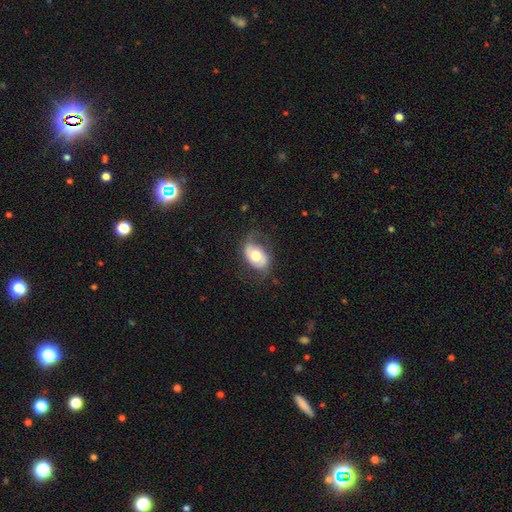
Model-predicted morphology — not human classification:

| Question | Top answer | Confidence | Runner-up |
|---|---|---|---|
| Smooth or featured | smooth | 49% | featured or disk (45%) |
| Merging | none | 63% | minor disturbance (24%) |